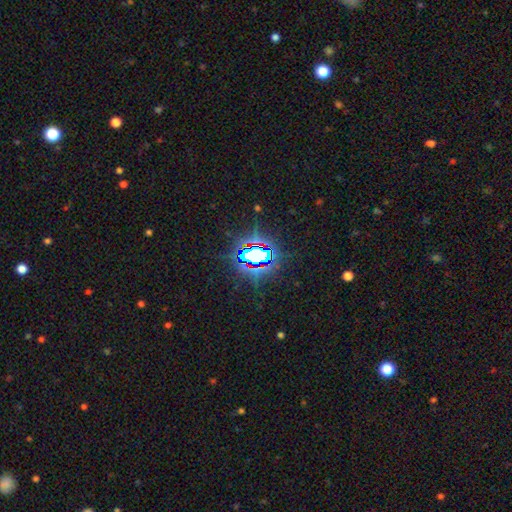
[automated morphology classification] This appears to be a star or artifact, not a galaxy (77%).